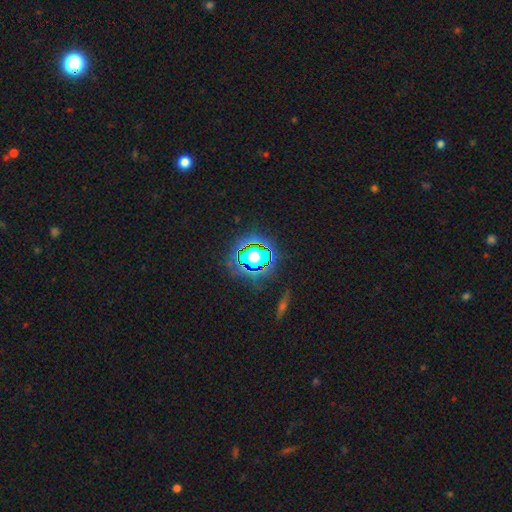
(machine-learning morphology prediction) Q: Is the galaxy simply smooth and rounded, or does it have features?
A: star or artifact — 81%.